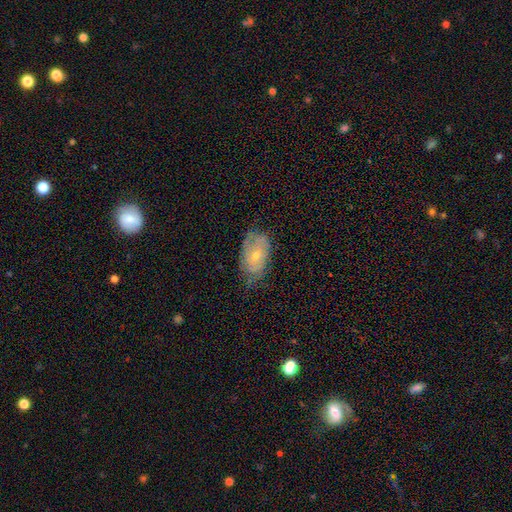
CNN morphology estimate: Q: Smooth or featured?
A: featured or disk (57%); runner-up: smooth (34%)
Q: Edge-on disk?
A: no (92%); runner-up: yes (8%)
Q: Bar?
A: no (76%); runner-up: weak (20%)
Q: Spiral arms?
A: yes (67%); runner-up: no (33%)
Q: Bulge size?
A: small (54%); runner-up: moderate (43%)
Q: Merging?
A: none (61%); runner-up: minor disturbance (29%)